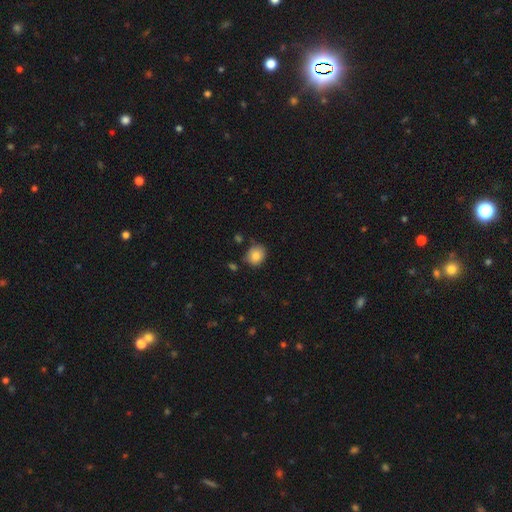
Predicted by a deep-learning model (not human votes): smooth_or_featured: smooth (p=0.83) [alt: star or artifact p=0.09]
how_rounded: round (p=0.66) [alt: in between p=0.33]
merging: none (p=0.73) [alt: minor disturbance p=0.18]